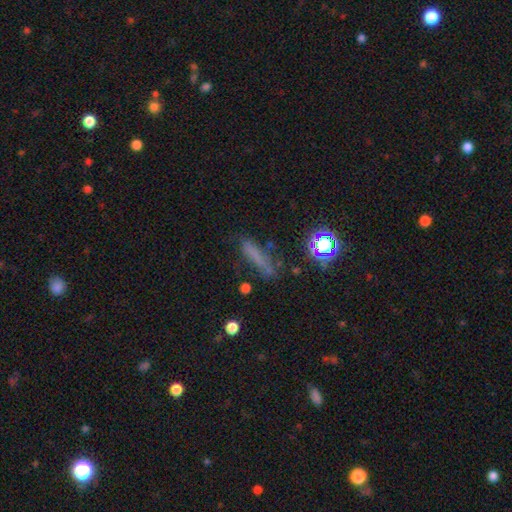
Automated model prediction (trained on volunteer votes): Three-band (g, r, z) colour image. It shows a smooth galaxy with no disk features (59%) that is cigar-shaped (79%). Merging: none (63%).